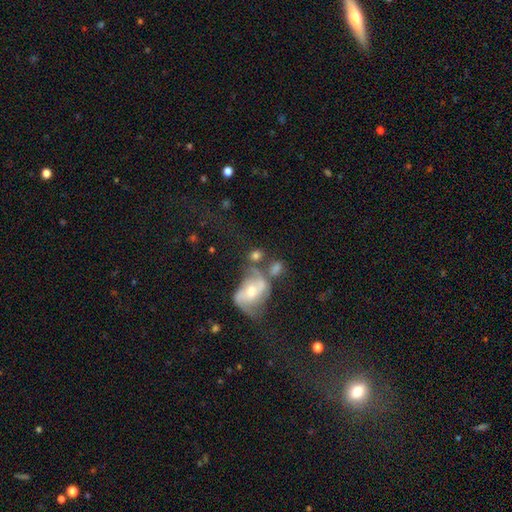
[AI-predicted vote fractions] Smooth or featured? Predicted: smooth (p=0.54). How rounded? Predicted: in between (p=0.55). Merging? Predicted: none (p=0.41).